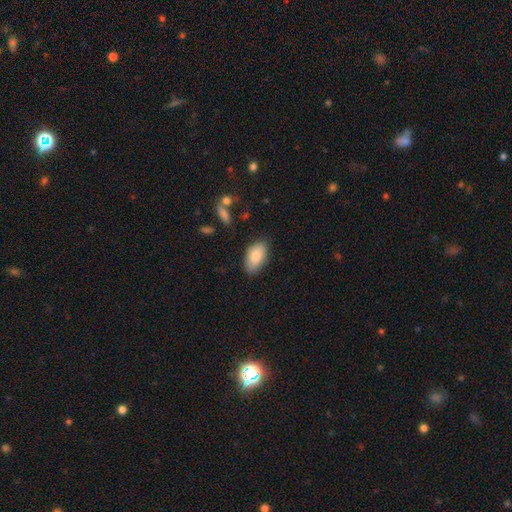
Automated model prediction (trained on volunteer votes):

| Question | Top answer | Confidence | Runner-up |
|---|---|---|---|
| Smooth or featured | smooth | 84% | featured or disk (9%) |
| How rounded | in between | 94% | round (4%) |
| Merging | none | 79% | minor disturbance (16%) |